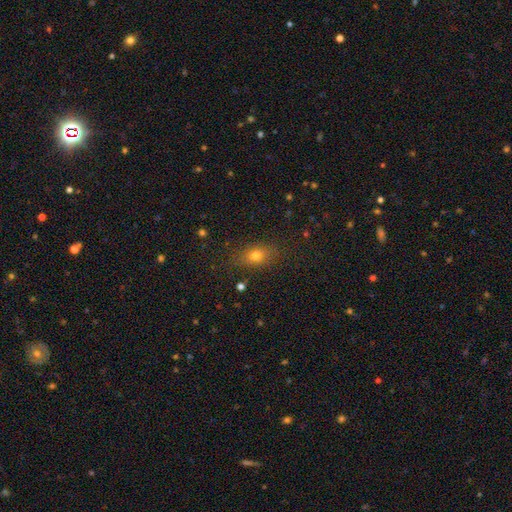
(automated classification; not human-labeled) Morphology: type=smooth (72%); roundness=in between (69%); merging=none (83%).